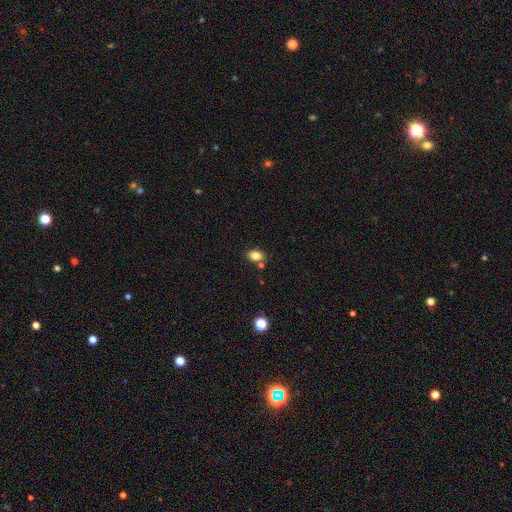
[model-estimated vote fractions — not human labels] A smooth galaxy with no disk features (82%) that is in between round and cigar-shaped (75%).

Vote fractions:
- Smooth or featured? smooth: 82% / star or artifact: 11% / featured or disk: 7%
- How rounded? in between: 75% / round: 23% / cigar-shaped: 1%
- Merging? none: 76% / minor disturbance: 12% / merger: 9% / major disturbance: 3%